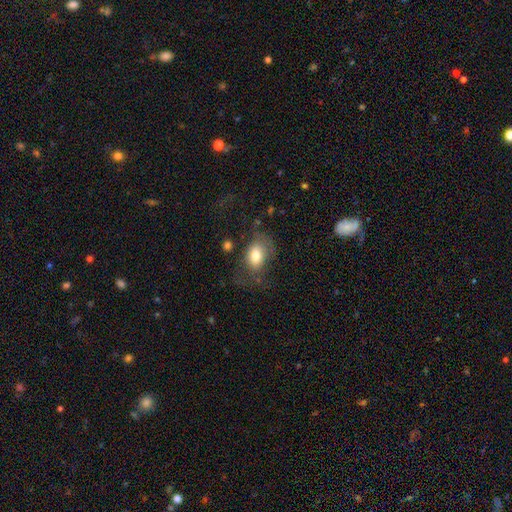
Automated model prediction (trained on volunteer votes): Morphology: type=smooth (76%); roundness=in between (81%); merging=none (47%).